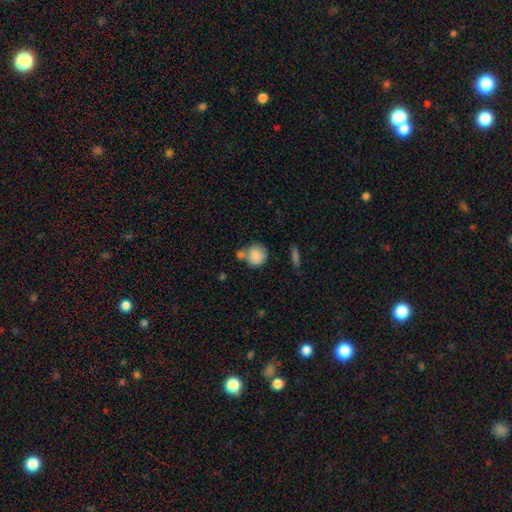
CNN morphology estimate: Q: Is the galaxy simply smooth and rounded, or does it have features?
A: smooth — 85%.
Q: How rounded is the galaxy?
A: round — 85%.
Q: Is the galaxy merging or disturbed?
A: none — 52%.